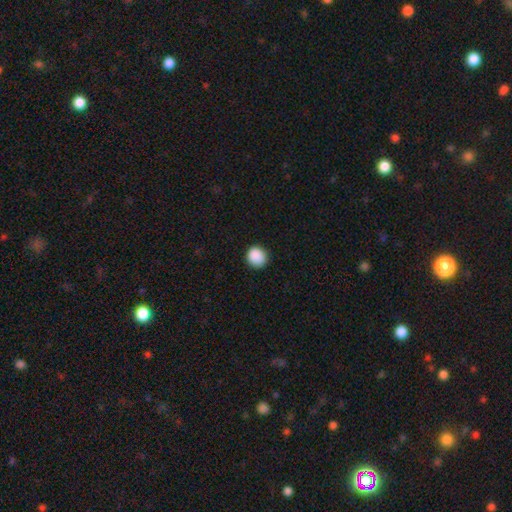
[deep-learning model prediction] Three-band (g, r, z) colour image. It shows a smooth galaxy with no disk features (89%) that is round (89%). Merging: none (88%).